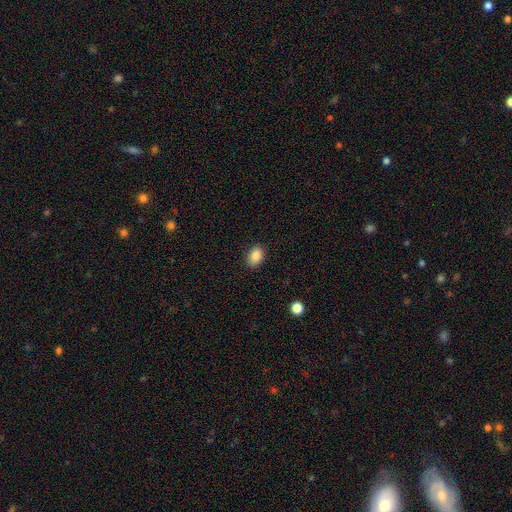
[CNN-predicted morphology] This is clearly a smooth galaxy (88%). How rounded: clearly in between (80%). Merging: clearly none (88%).